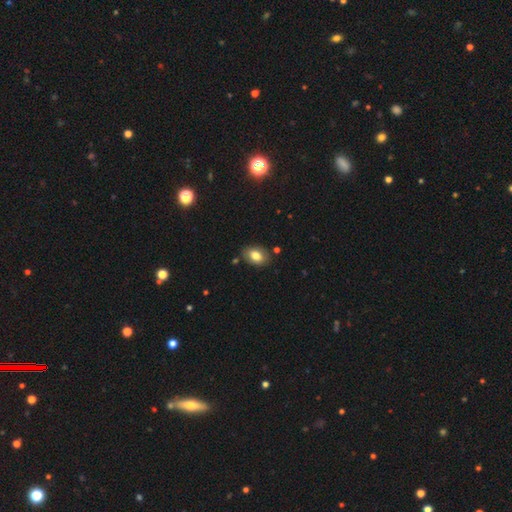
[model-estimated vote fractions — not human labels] Smooth or featured? Predicted: smooth (p=0.80). How rounded? Predicted: in between (p=0.83). Merging? Predicted: none (p=0.83).